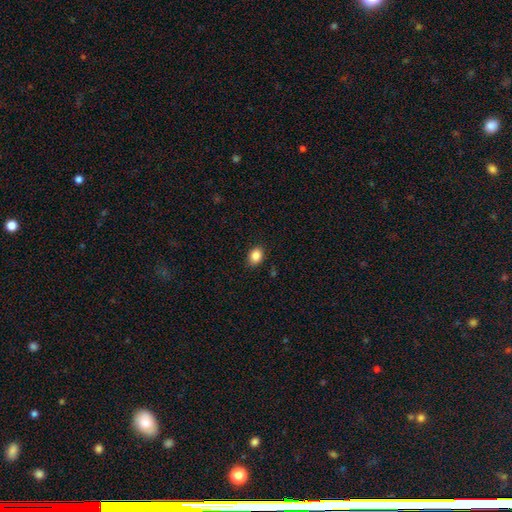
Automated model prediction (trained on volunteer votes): Smooth or featured: smooth — 87% (star or artifact — 9%)
How rounded: in between — 65% (round — 34%)
Merging: none — 88% (minor disturbance — 9%)